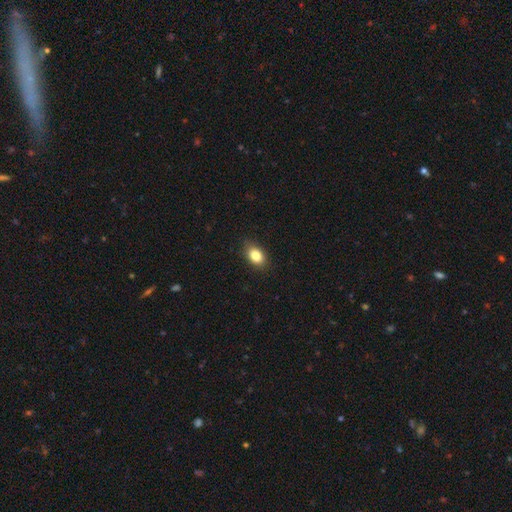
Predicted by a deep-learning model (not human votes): Morphology: type=smooth (84%); roundness=in between (82%); merging=none (85%).